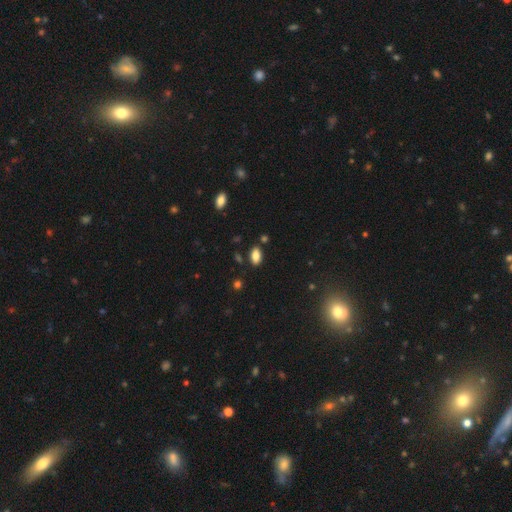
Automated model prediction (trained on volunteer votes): Overall: smooth (84%). How rounded: in between (92%). Merging: none (84%).